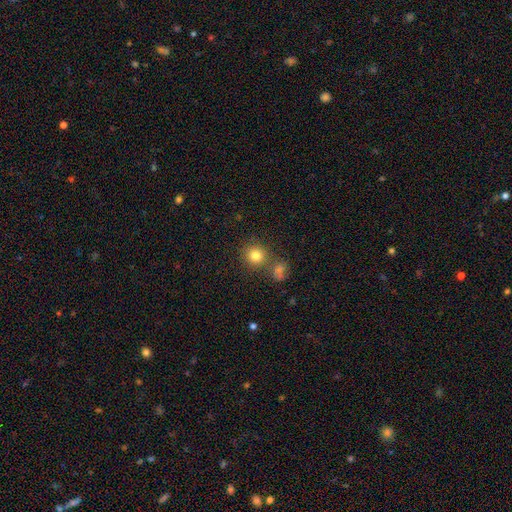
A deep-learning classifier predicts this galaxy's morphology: This appears to be a smooth galaxy with no disk features (80%) that is round (90%). Merging: none (74%).